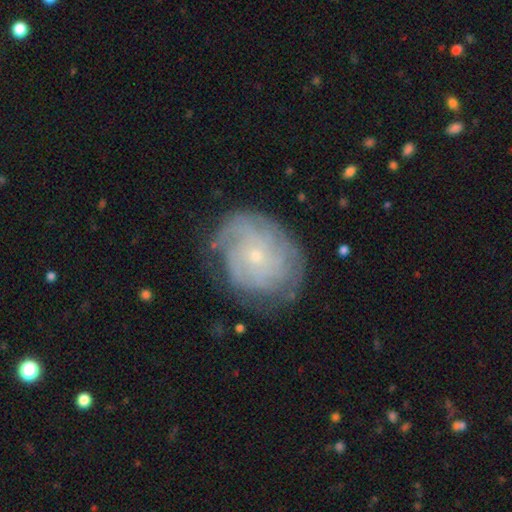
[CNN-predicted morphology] The model was most divided on "spiral arm count": can't tell: 49%, 4: 13%, 3: 11%, 2: 11%, more than 4: 10%, 1: 5%. More confident: edge-on disk — no (97%); spiral arms — yes (85%); bulge size — small (84%); bar — no (83%); smooth or featured — featured or disk (71%); spiral winding — tight (69%); merging — none (67%).